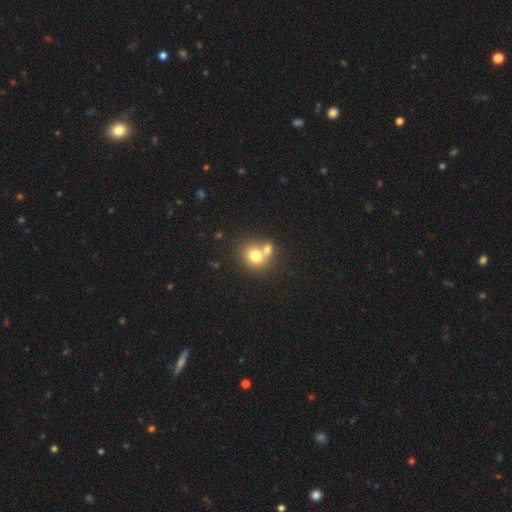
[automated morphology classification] smooth-or-featured: smooth: 73% | featured or disk: 15% | star or artifact: 12%
  how-rounded: round: 77% | in between: 23% | cigar-shaped: 1%
  merging: merger: 47% | none: 42% | minor disturbance: 8% | major disturbance: 3%